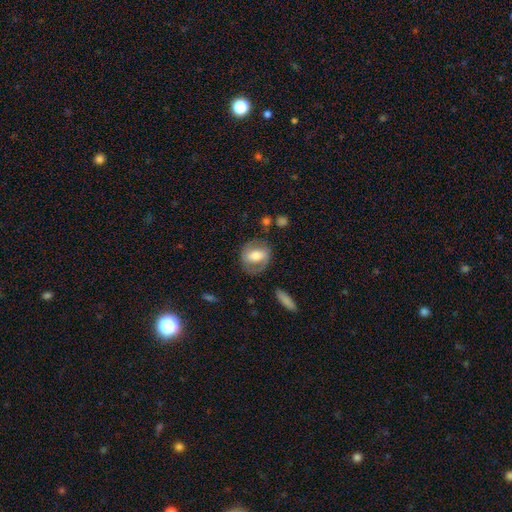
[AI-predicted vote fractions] Q: Smooth or featured?
A: featured or disk (51%); runner-up: smooth (42%)
Q: Edge-on disk?
A: no (93%); runner-up: yes (7%)
Q: Merging?
A: none (73%); runner-up: minor disturbance (16%)